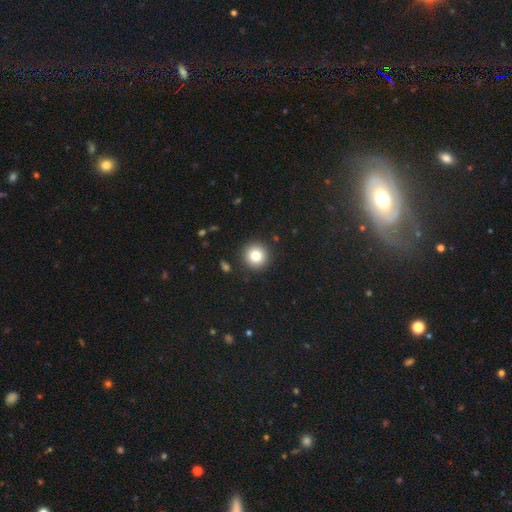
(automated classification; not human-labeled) smooth-or-featured: smooth: 81% | star or artifact: 11% | featured or disk: 8%
  how-rounded: round: 95% | in between: 4% | cigar-shaped: 1%
  merging: none: 91% | minor disturbance: 5% | major disturbance: 2% | merger: 1%